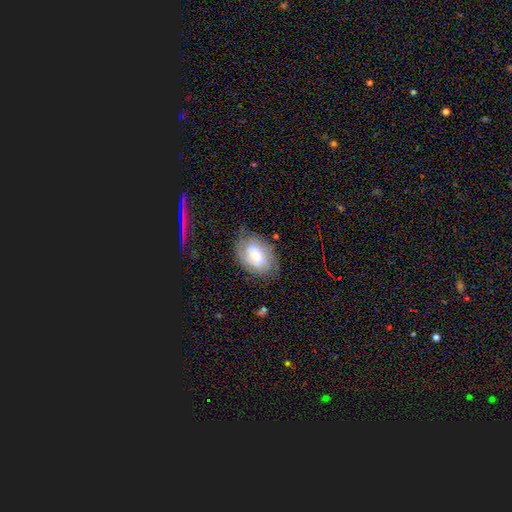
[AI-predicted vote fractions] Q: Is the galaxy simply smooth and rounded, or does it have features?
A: featured or disk — 57%.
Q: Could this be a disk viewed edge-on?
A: no — 96%.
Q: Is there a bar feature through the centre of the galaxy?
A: no — 62%.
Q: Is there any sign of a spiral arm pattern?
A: yes — 84%.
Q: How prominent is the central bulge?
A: moderate — 51%.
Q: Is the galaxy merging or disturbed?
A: none — 70%.